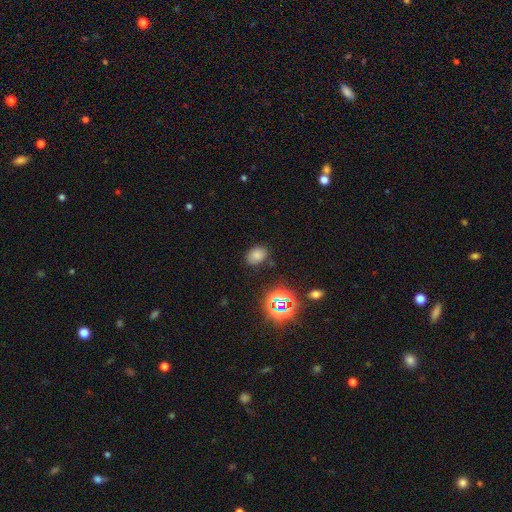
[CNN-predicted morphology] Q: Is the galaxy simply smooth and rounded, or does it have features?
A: smooth — 71%.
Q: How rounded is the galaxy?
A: in between — 73%.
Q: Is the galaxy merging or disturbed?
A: none — 79%.